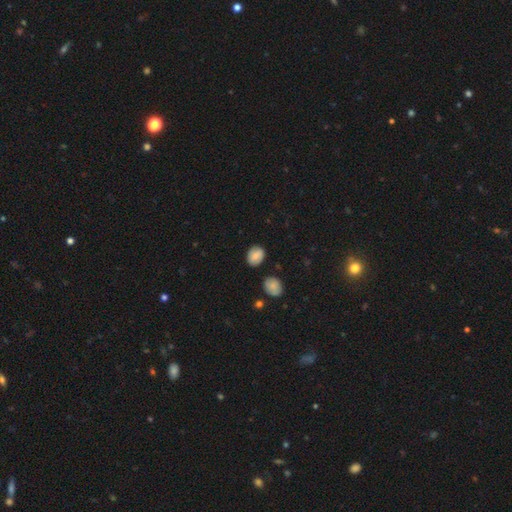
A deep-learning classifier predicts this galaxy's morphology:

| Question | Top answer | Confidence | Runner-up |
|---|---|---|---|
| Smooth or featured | smooth | 81% | featured or disk (11%) |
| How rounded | in between | 58% | round (41%) |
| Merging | none | 80% | minor disturbance (13%) |